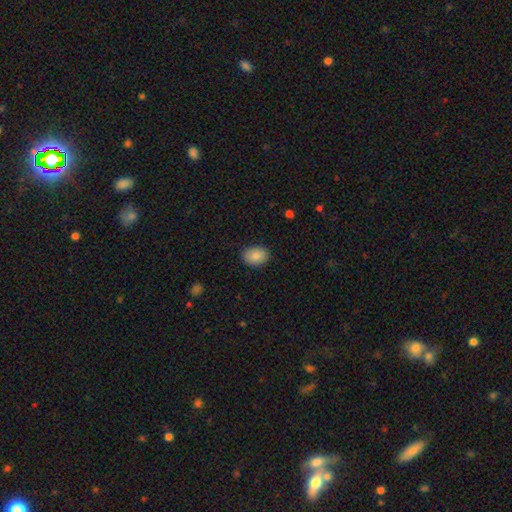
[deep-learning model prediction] A smooth galaxy with no disk features (86%) that is in between round and cigar-shaped (76%). Merging: none (85%).